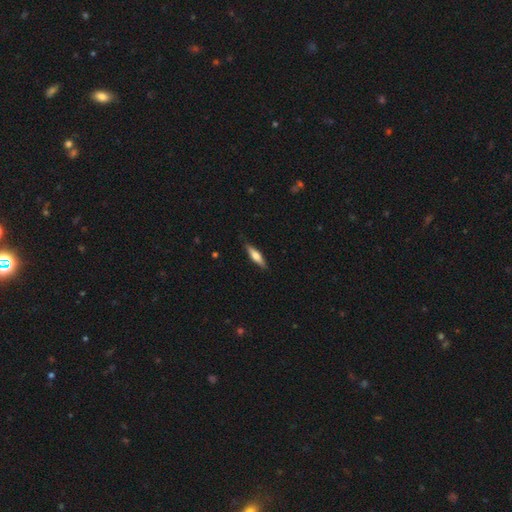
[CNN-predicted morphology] Overall: smooth (54%; featured or disk 40%). How rounded: cigar-shaped (70%). Merging: none (87%).